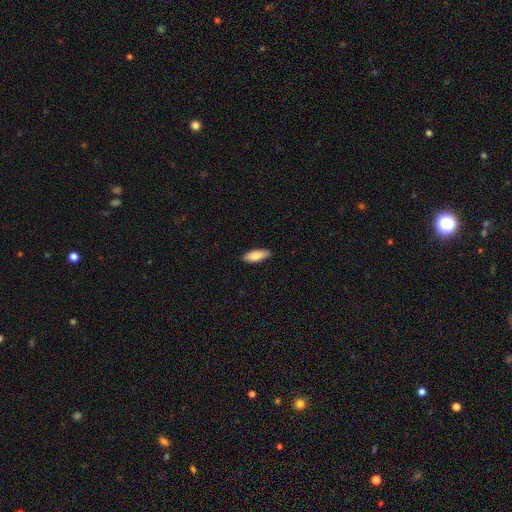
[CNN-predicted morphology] Smooth or featured? Predicted: smooth (p=0.84). How rounded? Predicted: in between (p=0.74). Merging? Predicted: none (p=0.88).